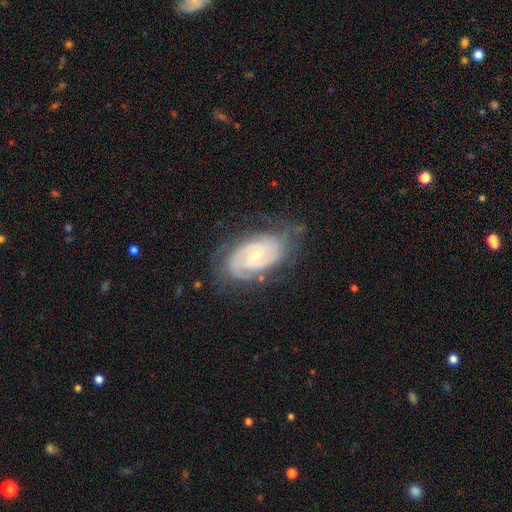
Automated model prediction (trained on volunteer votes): smooth_or_featured: featured or disk (p=0.88) [alt: smooth p=0.07]
disk_edge_on: no (p=0.96) [alt: yes p=0.04]
bar: no (p=0.46) [alt: weak p=0.41]
has_spiral_arms: yes (p=0.97) [alt: no p=0.03]
spiral_winding: tight (p=0.71) [alt: medium p=0.25]
spiral_arm_count: 2 (p=0.60) [alt: can't tell p=0.16]
bulge_size: small (p=0.64) [alt: moderate p=0.33]
merging: none (p=0.69) [alt: minor disturbance p=0.21]